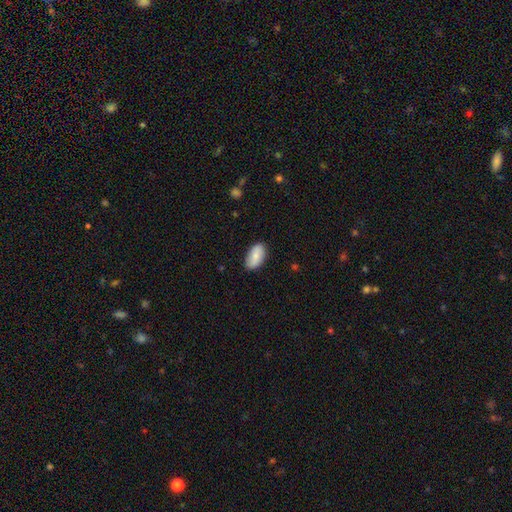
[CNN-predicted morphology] smooth_or_featured: smooth (p=0.79) [alt: featured or disk p=0.15]
how_rounded: in between (p=0.94) [alt: round p=0.03]
merging: none (p=0.83) [alt: minor disturbance p=0.14]